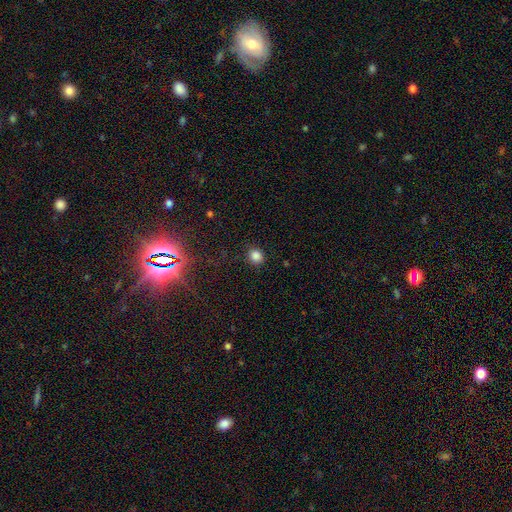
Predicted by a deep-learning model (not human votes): This is clearly a smooth galaxy (83%). How rounded: likely round (79%). Merging: clearly none (87%).